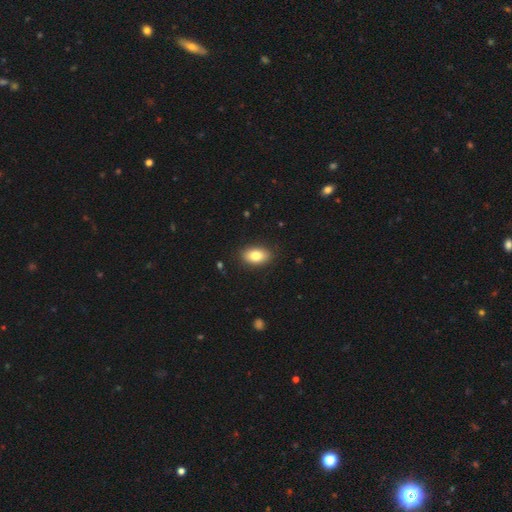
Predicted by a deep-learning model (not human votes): The model was most divided on "smooth or featured": smooth: 83%, featured or disk: 10%, star or artifact: 7%. More confident: how rounded — in between (90%); merging — none (87%).